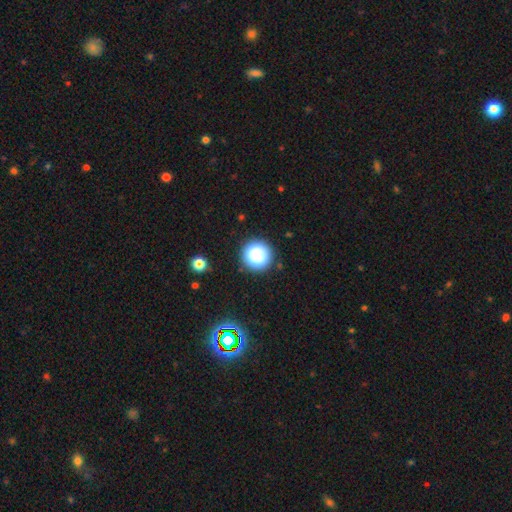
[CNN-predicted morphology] This is clearly a smooth galaxy (85%). How rounded: clearly round (95%). Merging: clearly none (89%).